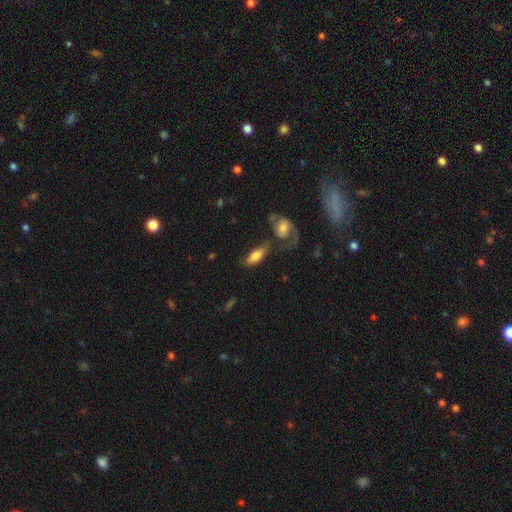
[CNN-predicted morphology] smooth_or_featured: smooth (p=0.67) [alt: featured or disk p=0.26]
how_rounded: in between (p=0.79) [alt: cigar-shaped p=0.17]
merging: none (p=0.49) [alt: merger p=0.21]